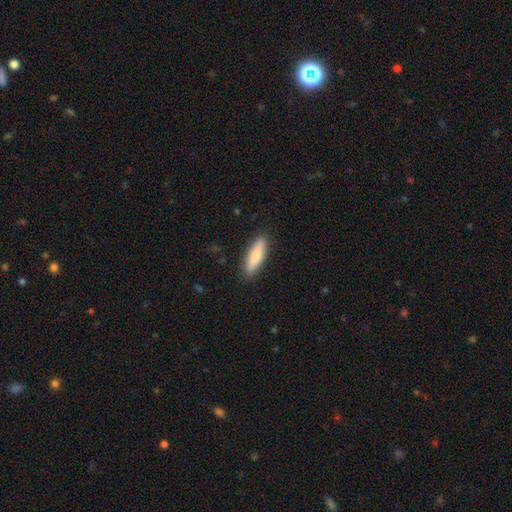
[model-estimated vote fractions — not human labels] The model was most divided on "how rounded": cigar-shaped: 60%, in between: 38%, round: 2%. More confident: merging — none (89%); smooth or featured — smooth (77%).